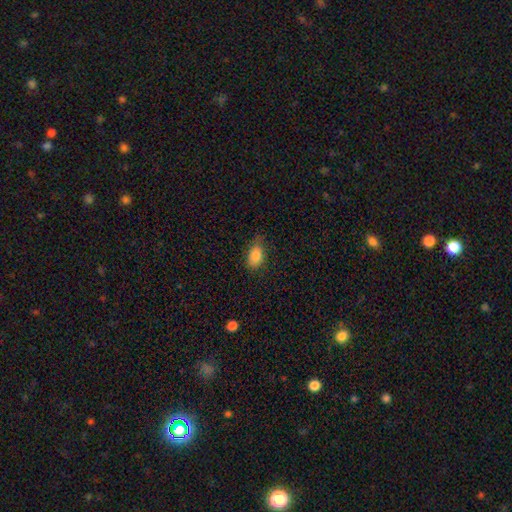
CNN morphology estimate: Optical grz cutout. It shows a smooth galaxy with no disk features (85%) that is in between round and cigar-shaped (87%). Merging: none (67%).